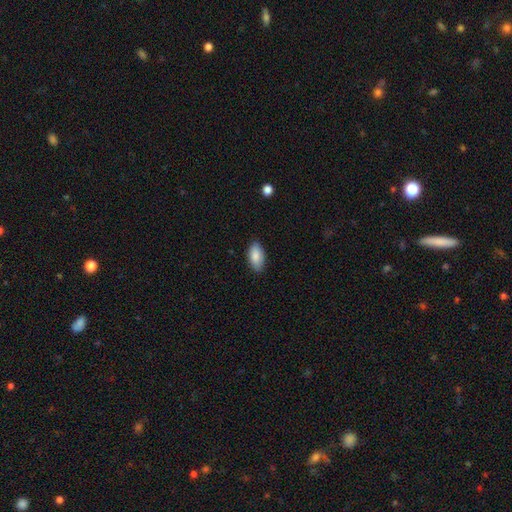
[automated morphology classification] Smooth or featured?
  - smooth: 86% *
  - featured or disk: 7%
  - star or artifact: 7%
How rounded?
  - in between: 93% *
  - cigar-shaped: 5%
  - round: 3%
Merging?
  - none: 85% *
  - minor disturbance: 12%
  - major disturbance: 2%
  - merger: 1%